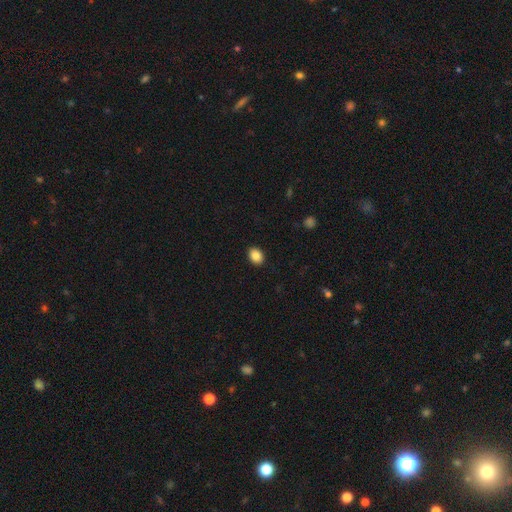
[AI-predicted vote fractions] This appears to be a smooth galaxy with no disk features (87%) that is in between round and cigar-shaped (63%). Merging: none (91%).